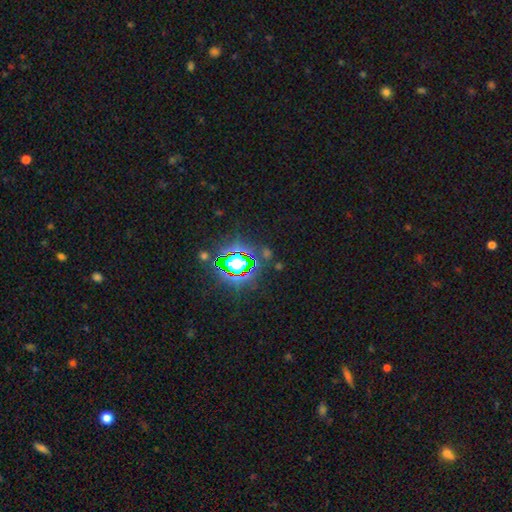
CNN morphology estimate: Smooth or featured? Predicted: star or artifact (p=0.83).